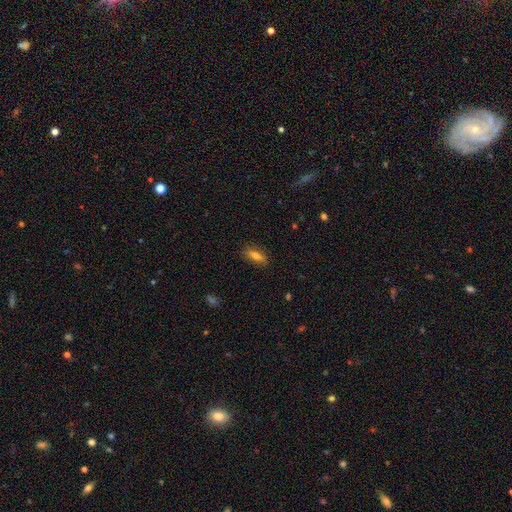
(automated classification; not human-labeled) Smooth or featured?
  - smooth: 70% *
  - featured or disk: 21%
  - star or artifact: 9%
How rounded?
  - in between: 65% *
  - cigar-shaped: 31%
  - round: 4%
Merging?
  - none: 86% *
  - minor disturbance: 10%
  - major disturbance: 2%
  - merger: 1%